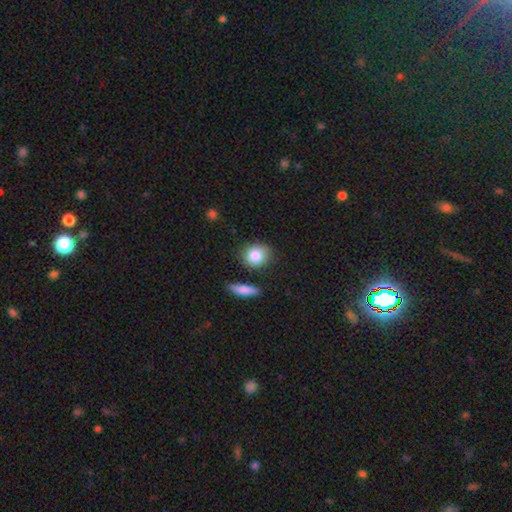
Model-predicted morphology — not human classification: type=smooth (84%); roundness=round (67%); merging=none (78%).